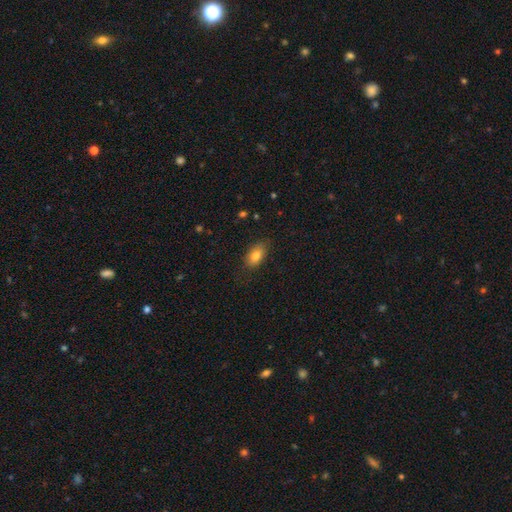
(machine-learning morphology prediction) Smooth or featured?
  - smooth: 80% *
  - featured or disk: 11%
  - star or artifact: 8%
How rounded?
  - in between: 90% *
  - round: 7%
  - cigar-shaped: 3%
Merging?
  - none: 80% *
  - minor disturbance: 15%
  - major disturbance: 3%
  - merger: 1%